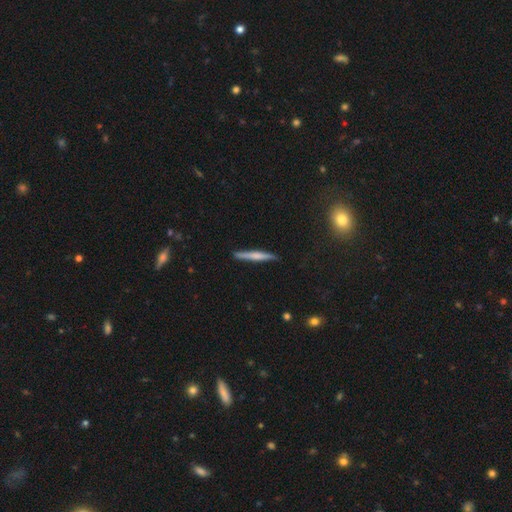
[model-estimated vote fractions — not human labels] Q: Smooth or featured?
A: smooth (50%); runner-up: featured or disk (44%)
Q: Merging?
A: none (88%); runner-up: minor disturbance (9%)